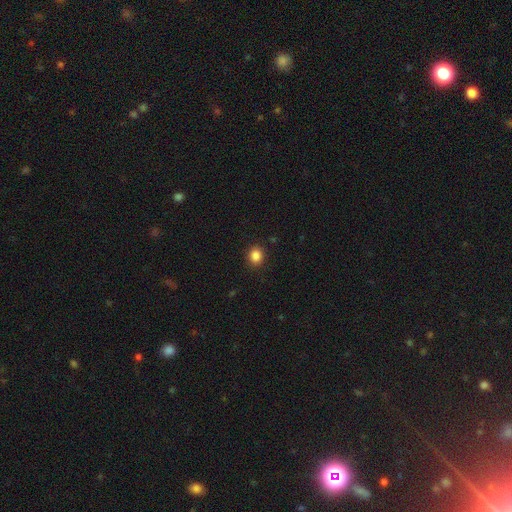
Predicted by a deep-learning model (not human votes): Smooth or featured? smooth (86%)
How rounded? round (76%)
Merging? none (90%)